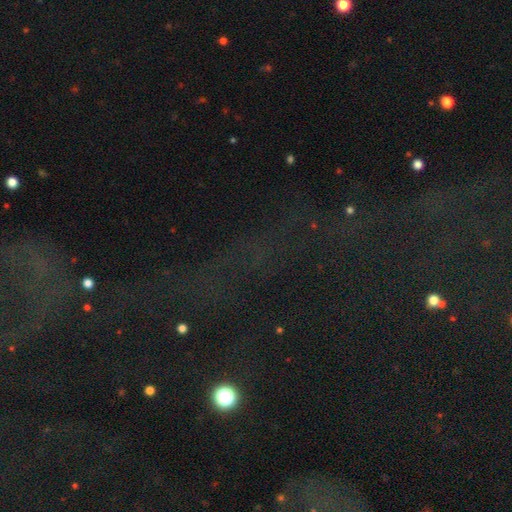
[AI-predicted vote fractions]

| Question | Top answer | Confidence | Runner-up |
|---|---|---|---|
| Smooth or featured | star or artifact | 73% | smooth (14%) |